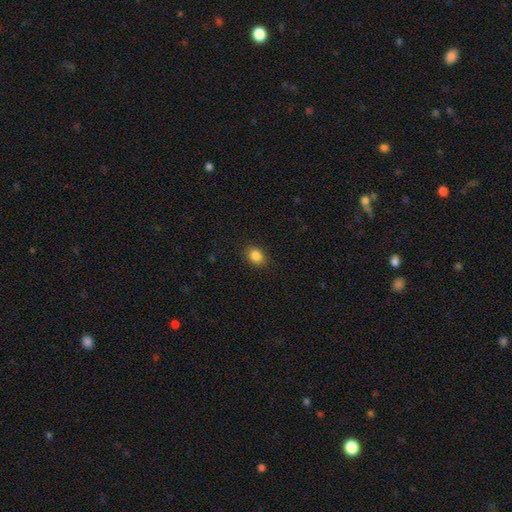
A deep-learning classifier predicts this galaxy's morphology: Q: Smooth or featured?
A: smooth (86%); runner-up: star or artifact (10%)
Q: How rounded?
A: in between (60%); runner-up: round (39%)
Q: Merging?
A: none (88%); runner-up: minor disturbance (9%)